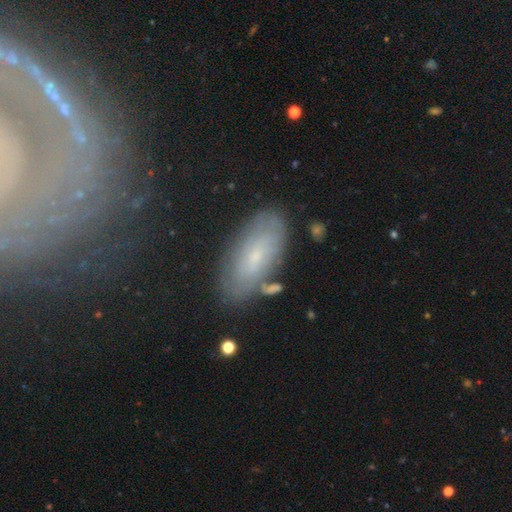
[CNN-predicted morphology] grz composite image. It shows a smooth galaxy with no disk features (46%). Merging: none (79%).